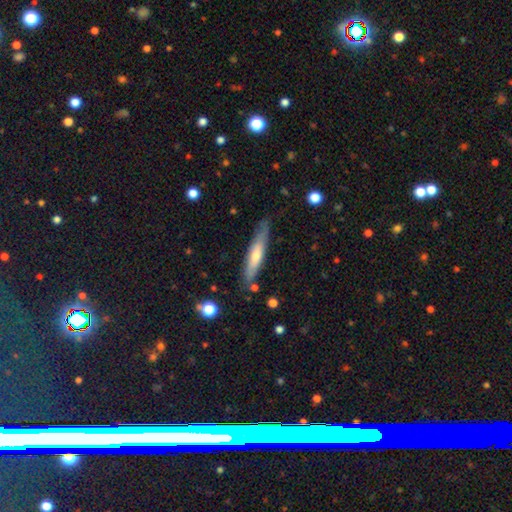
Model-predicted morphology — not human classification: smooth_or_featured: smooth (p=0.55) [alt: featured or disk p=0.39]
how_rounded: cigar-shaped (p=0.86) [alt: in between p=0.12]
merging: none (p=0.76) [alt: minor disturbance p=0.18]